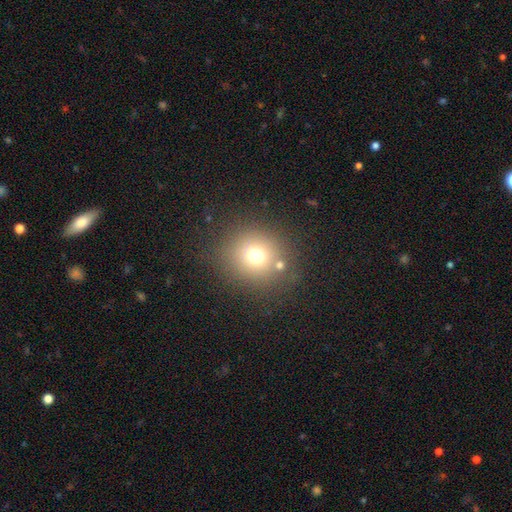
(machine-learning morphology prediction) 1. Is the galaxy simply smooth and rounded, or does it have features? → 69% smooth, 19% star or artifact, 12% featured or disk.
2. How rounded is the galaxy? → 88% round, 11% in between, 1% cigar-shaped.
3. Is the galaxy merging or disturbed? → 77% none, 10% minor disturbance, 8% merger, 6% major disturbance.